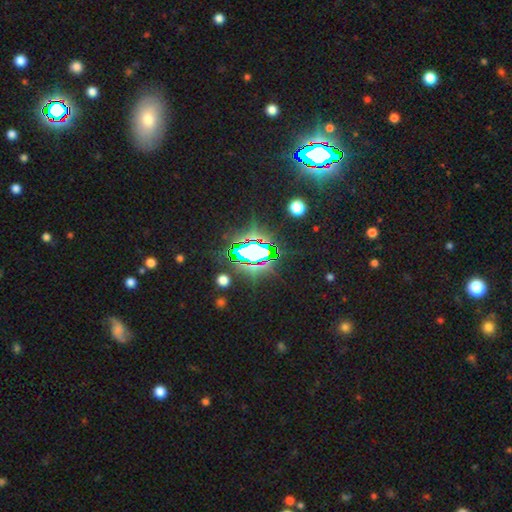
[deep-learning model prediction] smooth-or-featured: star or artifact: 74% | smooth: 15% | featured or disk: 11%